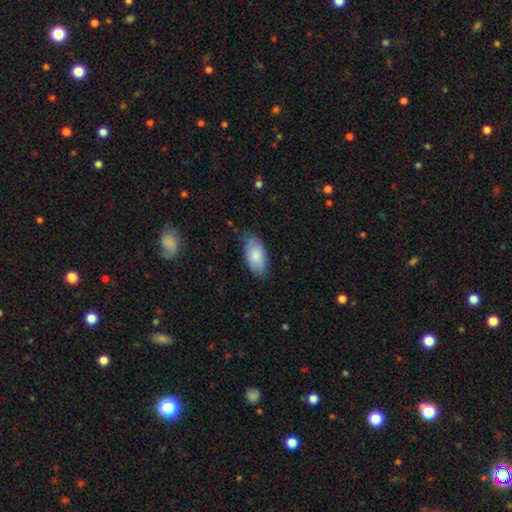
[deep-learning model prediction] Smooth or featured: smooth — 81% (featured or disk — 13%)
How rounded: in between — 94% (cigar-shaped — 4%)
Merging: none — 66% (minor disturbance — 27%)